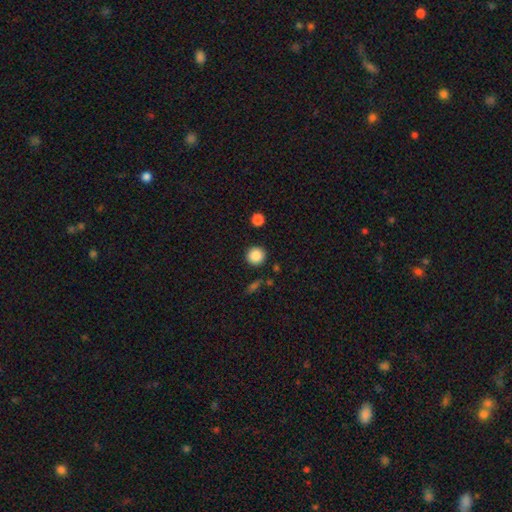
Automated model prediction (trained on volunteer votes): This appears to be a smooth galaxy with no disk features (87%) that is round (94%). Merging: none (90%).